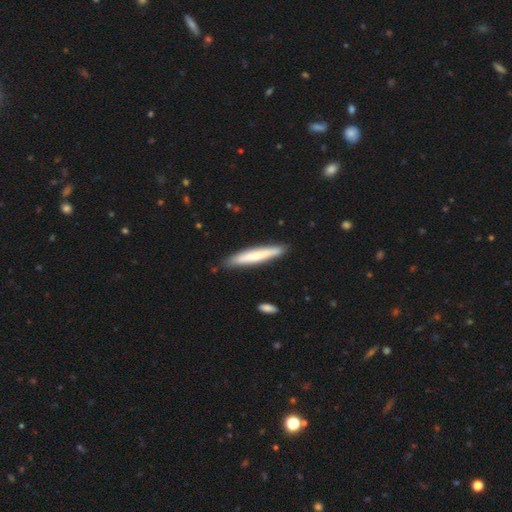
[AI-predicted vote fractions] smooth_or_featured: smooth (p=0.62) [alt: featured or disk p=0.33]
how_rounded: cigar-shaped (p=0.93) [alt: in between p=0.06]
merging: none (p=0.87) [alt: minor disturbance p=0.10]